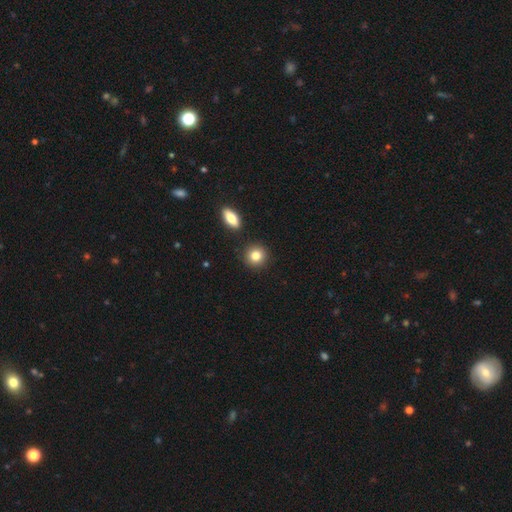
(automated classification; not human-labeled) Smooth or featured: smooth — 83% (star or artifact — 9%)
How rounded: round — 88% (in between — 11%)
Merging: none — 87% (minor disturbance — 6%)